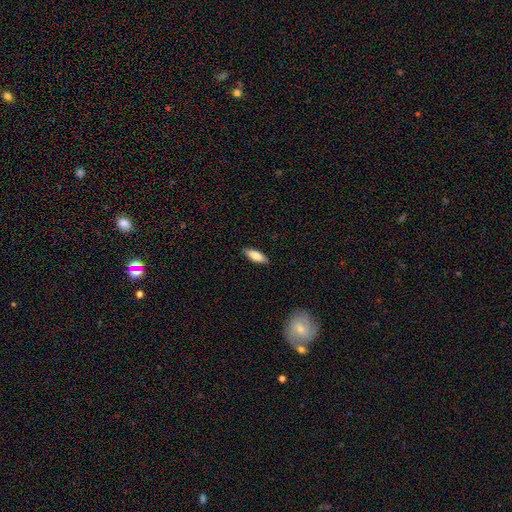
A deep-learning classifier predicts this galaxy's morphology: smooth_or_featured: smooth (p=0.83) [alt: featured or disk p=0.12]
how_rounded: in between (p=0.66) [alt: cigar-shaped p=0.32]
merging: none (p=0.89) [alt: minor disturbance p=0.08]